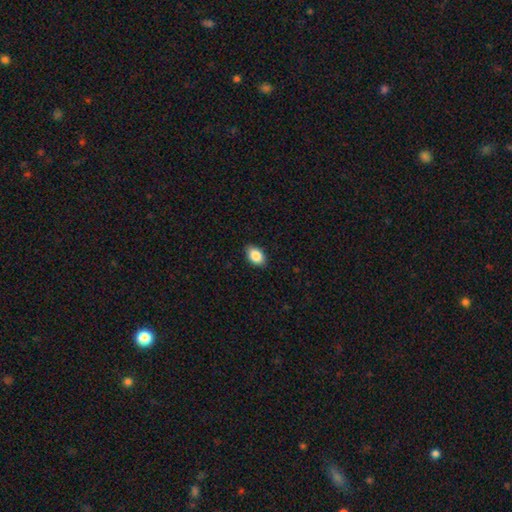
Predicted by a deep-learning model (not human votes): Smooth or featured? Predicted: smooth (p=0.88). How rounded? Predicted: in between (p=0.87). Merging? Predicted: none (p=0.88).